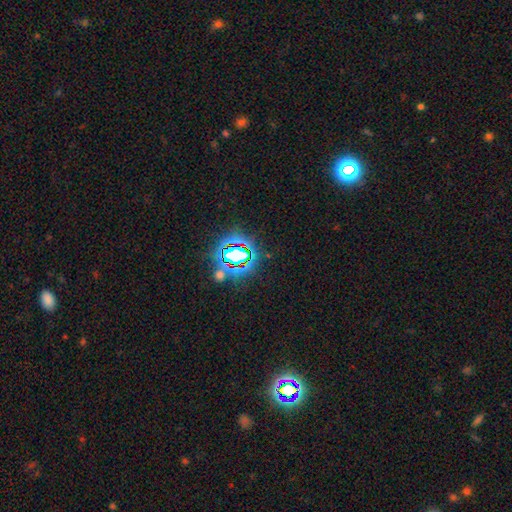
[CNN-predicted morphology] This is clearly a star or artifact rather than a galaxy (80%).